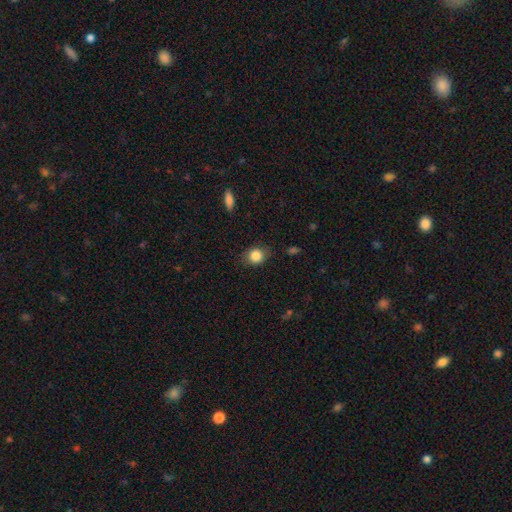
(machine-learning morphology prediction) A smooth galaxy with no disk features (84%) that is round (61%). Merging: none (77%).